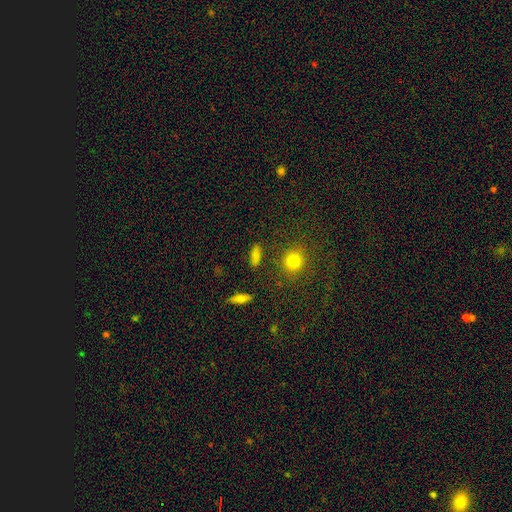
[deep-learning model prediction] smooth_or_featured: smooth (p=0.74) [alt: star or artifact p=0.14]
how_rounded: in between (p=0.66) [alt: cigar-shaped p=0.23]
merging: none (p=0.83) [alt: minor disturbance p=0.11]